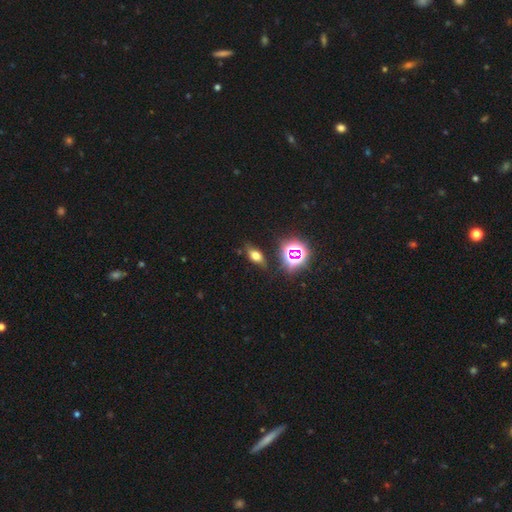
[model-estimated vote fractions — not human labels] The model was most divided on "smooth or featured": smooth: 56%, star or artifact: 23%, featured or disk: 21%. More confident: merging — none (78%); how rounded — in between (73%).